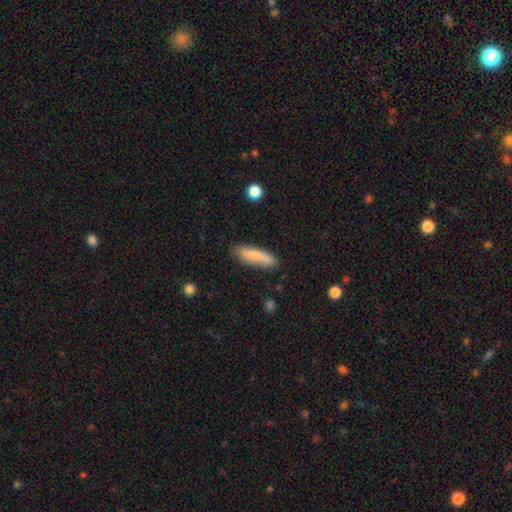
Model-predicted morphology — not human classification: smooth-or-featured: smooth: 75% | featured or disk: 19% | star or artifact: 6%
  how-rounded: cigar-shaped: 67% | in between: 31% | round: 2%
  merging: none: 78% | minor disturbance: 16% | merger: 3% | major disturbance: 3%